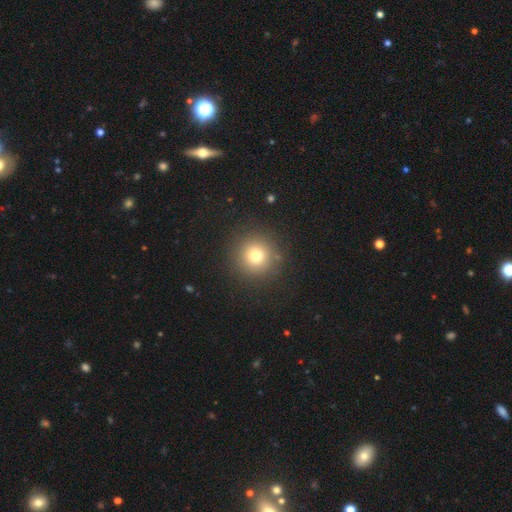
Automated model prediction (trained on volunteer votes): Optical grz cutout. It shows a smooth galaxy with no disk features (75%) that is round (95%). Merging: none (89%).